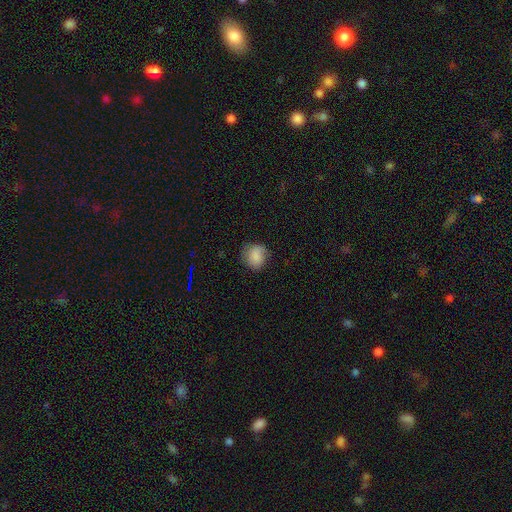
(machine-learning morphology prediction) Overall: smooth (83%). How rounded: round (76%). Merging: none (68%).